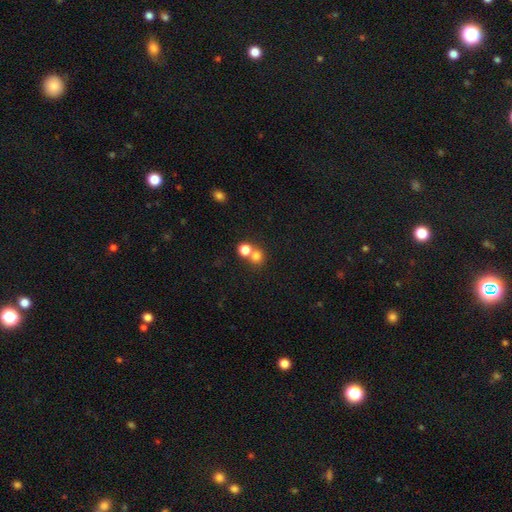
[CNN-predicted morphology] Smooth or featured?
  - smooth: 76% *
  - star or artifact: 14%
  - featured or disk: 9%
How rounded?
  - round: 83% *
  - in between: 16%
  - cigar-shaped: 1%
Merging?
  - none: 46% *
  - merger: 45%
  - minor disturbance: 6%
  - major disturbance: 3%